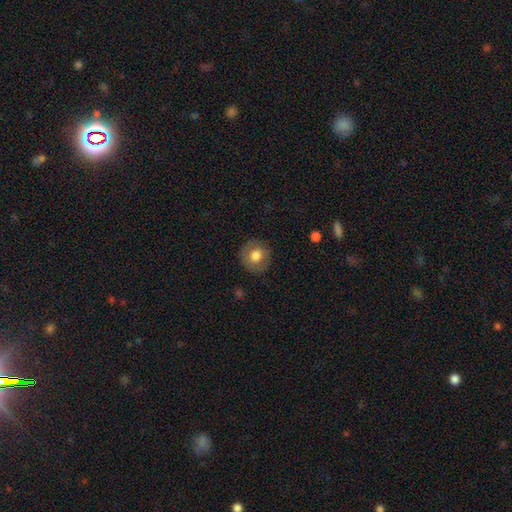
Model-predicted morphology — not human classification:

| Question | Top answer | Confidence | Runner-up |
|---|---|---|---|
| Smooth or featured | smooth | 74% | featured or disk (18%) |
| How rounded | round | 89% | in between (10%) |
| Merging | none | 86% | minor disturbance (10%) |